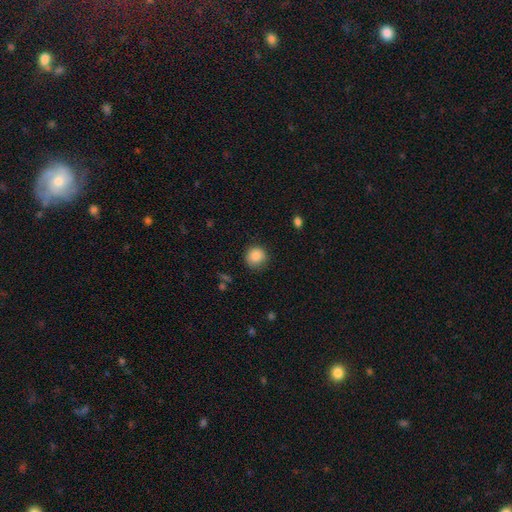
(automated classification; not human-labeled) A smooth galaxy with no disk features (87%) that is round (90%). Merging: none (81%).